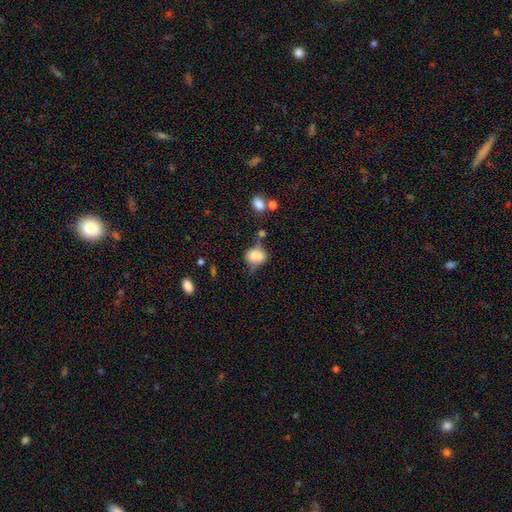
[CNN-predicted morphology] A smooth galaxy with no disk features (78%) that is in between round and cigar-shaped (55%). Merging: none (49%).